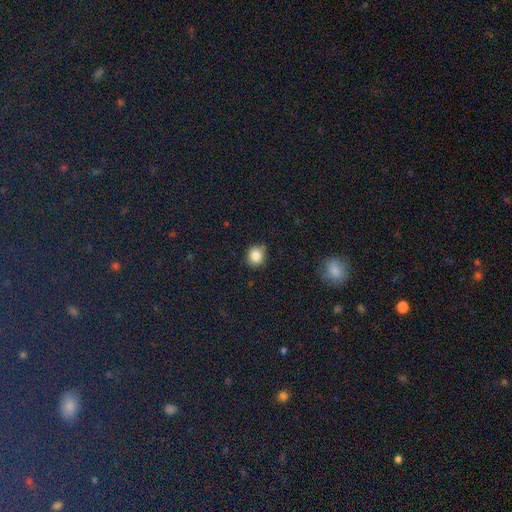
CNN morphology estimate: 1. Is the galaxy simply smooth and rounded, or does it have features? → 85% smooth, 11% star or artifact, 5% featured or disk.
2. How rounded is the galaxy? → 81% round, 18% in between, 1% cigar-shaped.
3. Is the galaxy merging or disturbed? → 79% none, 16% minor disturbance, 3% major disturbance, 2% merger.